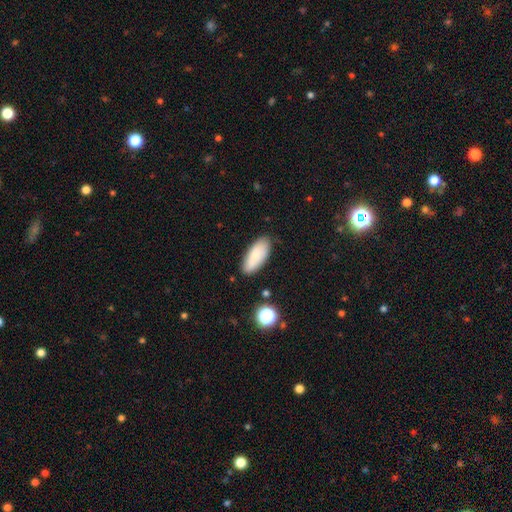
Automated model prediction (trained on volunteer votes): smooth-or-featured: smooth: 80% | featured or disk: 13% | star or artifact: 7%
  how-rounded: in between: 82% | cigar-shaped: 15% | round: 2%
  merging: none: 81% | minor disturbance: 14% | major disturbance: 3% | merger: 2%